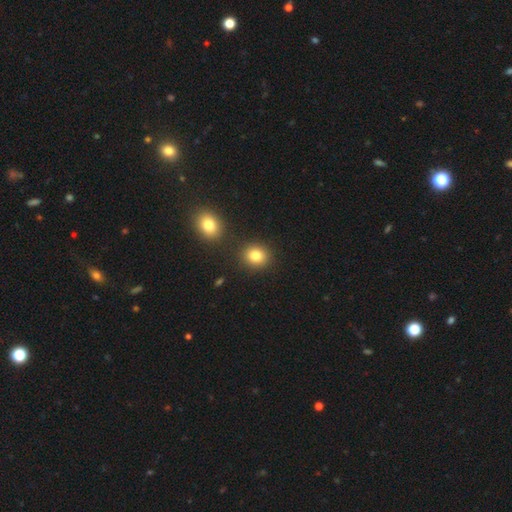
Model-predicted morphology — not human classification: A smooth galaxy with no disk features (82%) that is round (76%).

Vote fractions:
- Smooth or featured? smooth: 82% / star or artifact: 11% / featured or disk: 7%
- How rounded? round: 76% / in between: 23% / cigar-shaped: 1%
- Merging? none: 84% / minor disturbance: 7% / merger: 6% / major disturbance: 2%